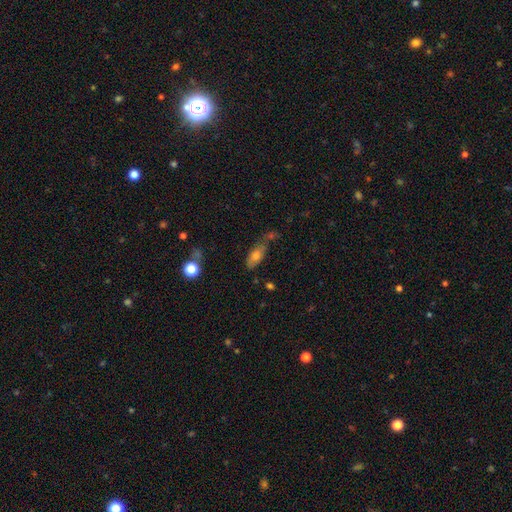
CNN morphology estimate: smooth 70%, featured or disk 20%, star or artifact 9%. Down the decision tree: how rounded — in between (81%); merging — none (47%).